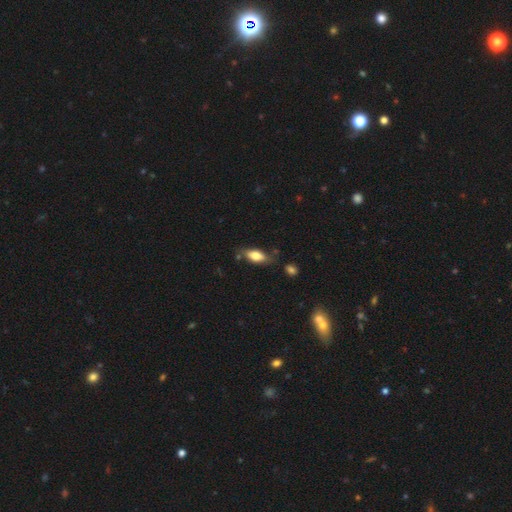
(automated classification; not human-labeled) A smooth galaxy with no disk features (73%) that is in between round and cigar-shaped (84%).

Vote fractions:
- Smooth or featured? smooth: 73% / featured or disk: 20% / star or artifact: 7%
- How rounded? in between: 84% / cigar-shaped: 13% / round: 3%
- Merging? none: 72% / minor disturbance: 19% / merger: 4% / major disturbance: 4%